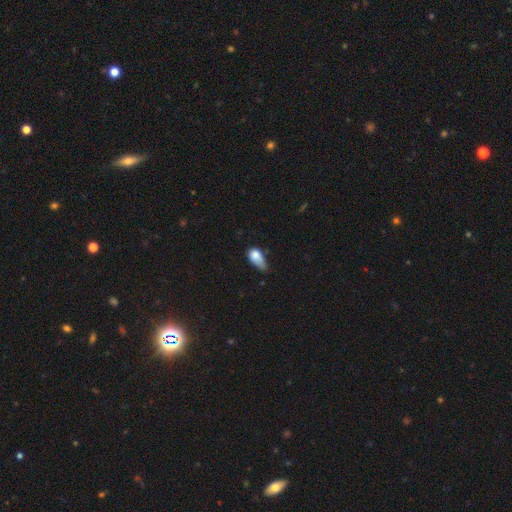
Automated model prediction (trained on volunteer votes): The model was most divided on "merging": minor disturbance: 45%, major disturbance: 28%, none: 20%, merger: 8%. More confident: how rounded — in between (84%); smooth or featured — smooth (78%).